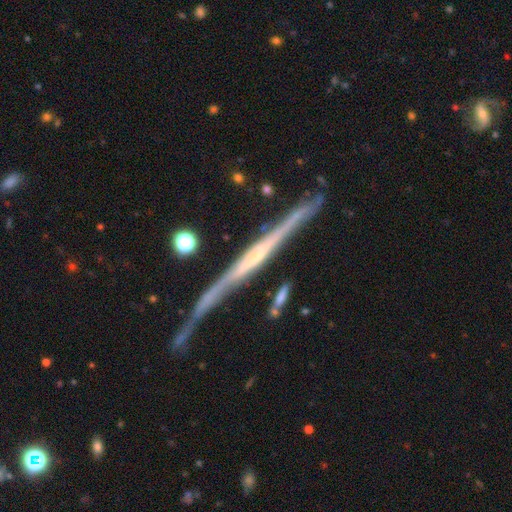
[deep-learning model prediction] featured or disk 82%, smooth 13%, star or artifact 6%. Down the decision tree: edge-on disk — yes (96%); edge-on bulge — none (52%); merging — none (64%).